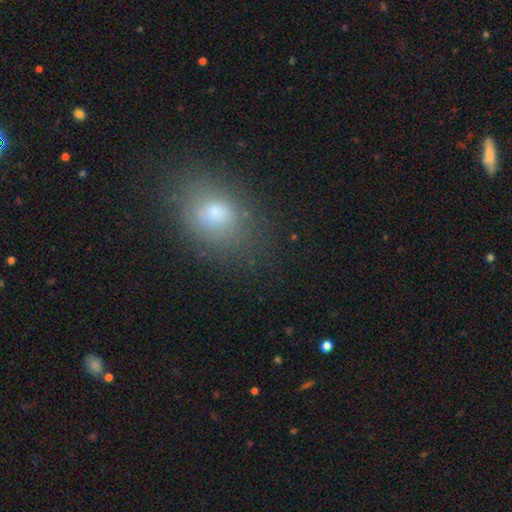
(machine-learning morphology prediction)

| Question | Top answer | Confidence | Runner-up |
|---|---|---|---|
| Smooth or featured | smooth | 71% | star or artifact (15%) |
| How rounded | in between | 70% | round (28%) |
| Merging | none | 74% | minor disturbance (17%) |